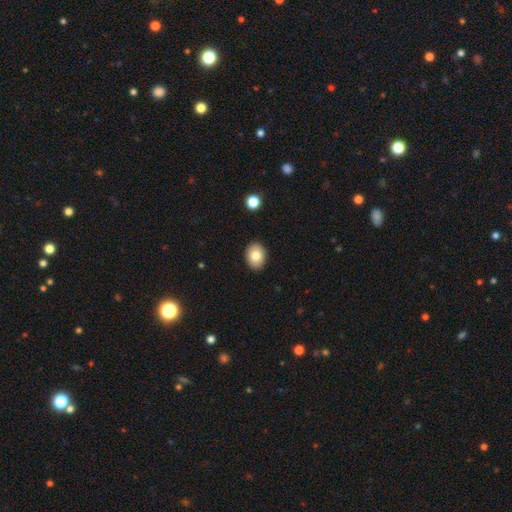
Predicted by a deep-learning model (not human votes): Smooth or featured? Predicted: smooth (p=0.81). How rounded? Predicted: in between (p=0.63). Merging? Predicted: none (p=0.90).